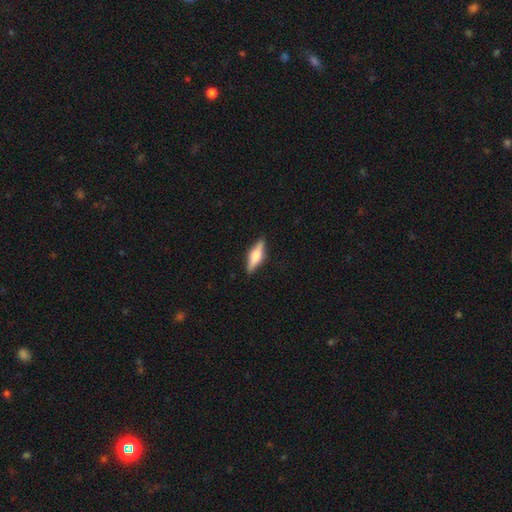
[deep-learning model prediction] smooth-or-featured: featured or disk: 54% | smooth: 40% | star or artifact: 6%
  disk-edge-on: yes: 95% | no: 5%
    edge-on-bulge: rounded: 90% | boxy: 8% | none: 2%
  merging: none: 89% | minor disturbance: 8% | major disturbance: 2% | merger: 1%